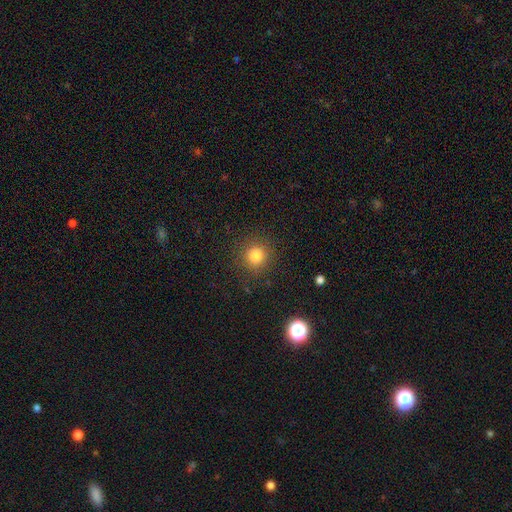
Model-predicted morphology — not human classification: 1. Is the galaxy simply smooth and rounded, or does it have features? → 80% smooth, 14% star or artifact, 6% featured or disk.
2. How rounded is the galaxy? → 93% round, 6% in between, 1% cigar-shaped.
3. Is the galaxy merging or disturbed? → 89% none, 7% minor disturbance, 3% major disturbance, 1% merger.